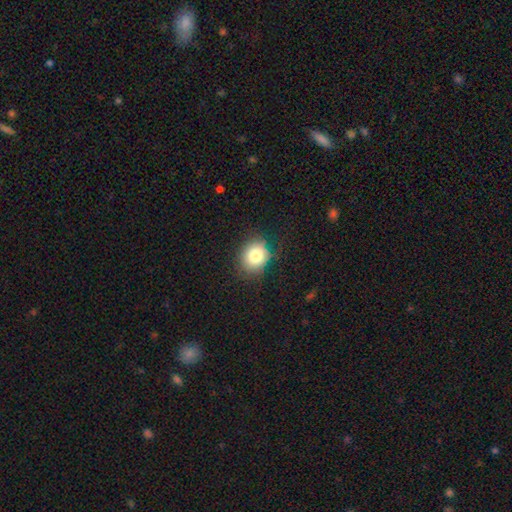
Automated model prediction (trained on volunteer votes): The model was most divided on "how rounded": round: 63%, in between: 36%, cigar-shaped: 1%. More confident: smooth or featured — smooth (81%); merging — none (77%).